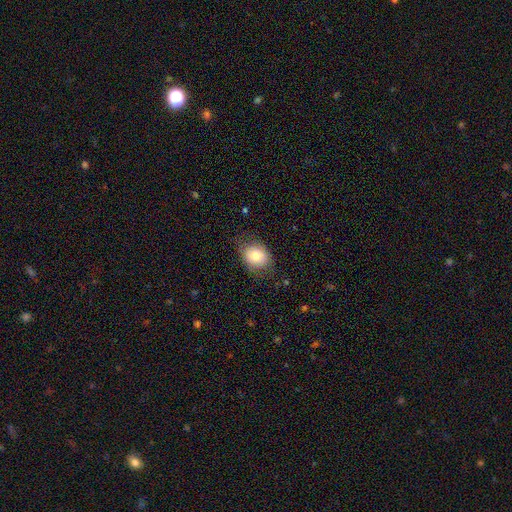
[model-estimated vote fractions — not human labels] This is likely a smooth galaxy (77%). How rounded: possibly round (50%, tied with in between). Merging: likely none (68%).